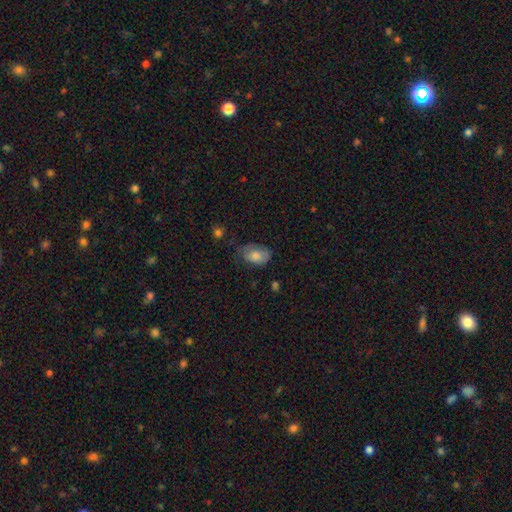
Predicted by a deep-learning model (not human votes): Smooth or featured? Predicted: smooth (p=0.74). How rounded? Predicted: in between (p=0.84). Merging? Predicted: none (p=0.55).